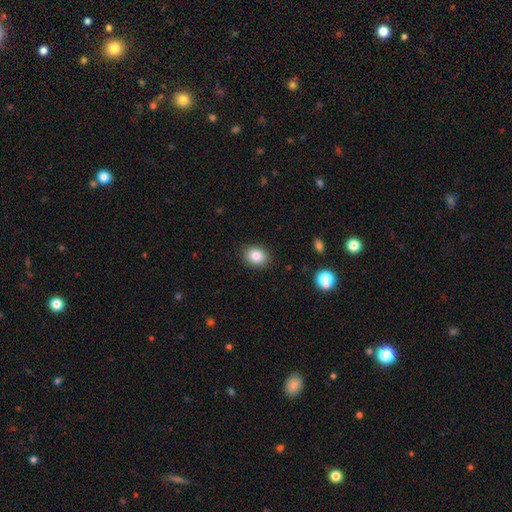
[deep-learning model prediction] Smooth or featured? smooth (85%)
How rounded? in between (51%)
Merging? none (88%)